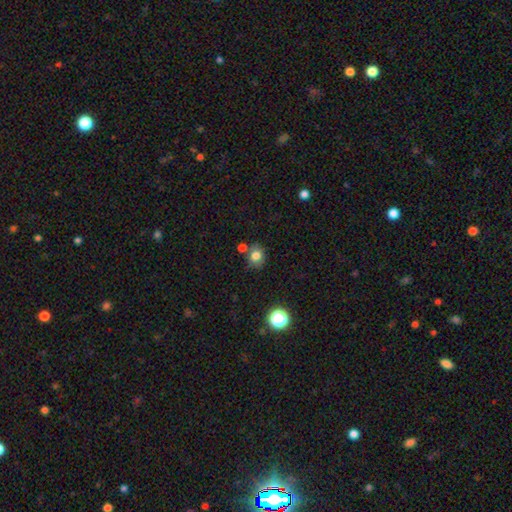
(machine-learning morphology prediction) A smooth galaxy with no disk features (78%) that is round (68%). Merging: none (66%).